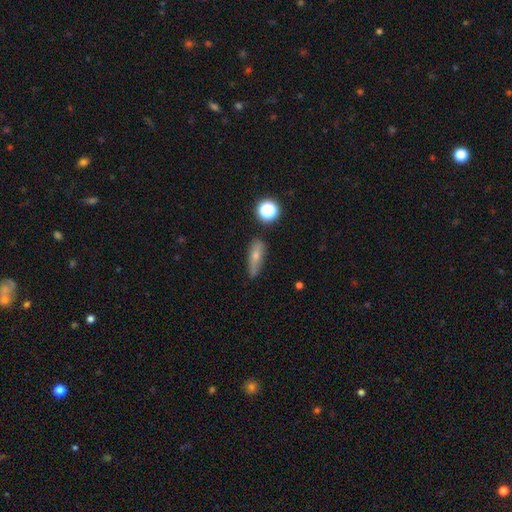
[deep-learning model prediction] Overall: smooth (62%; featured or disk 27%). How rounded: cigar-shaped (50%; in between 43%). Merging: none (71%).